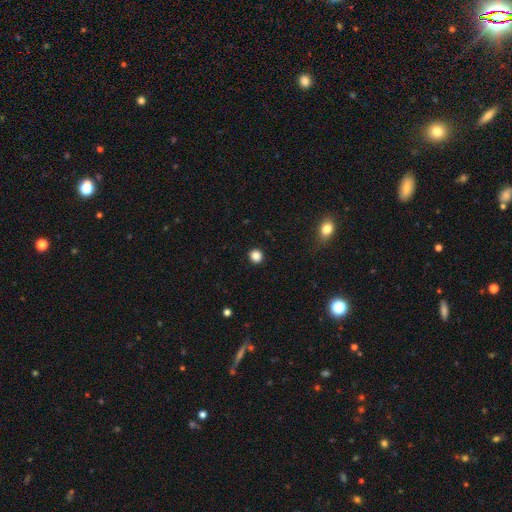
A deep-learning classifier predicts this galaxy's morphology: Q: Smooth or featured?
A: smooth (86%); runner-up: star or artifact (11%)
Q: How rounded?
A: round (91%); runner-up: in between (8%)
Q: Merging?
A: none (93%); runner-up: minor disturbance (5%)